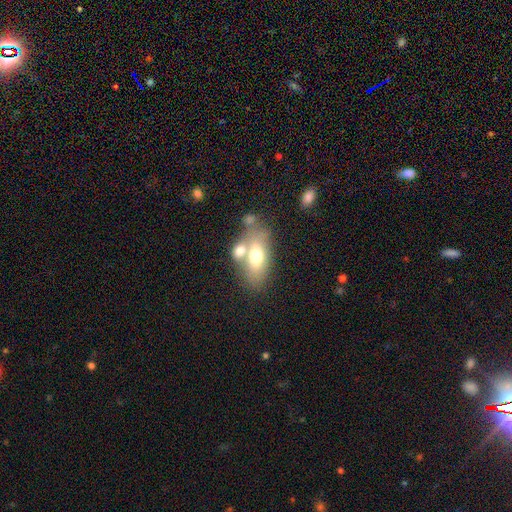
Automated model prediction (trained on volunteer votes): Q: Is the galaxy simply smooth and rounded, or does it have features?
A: smooth — 64%.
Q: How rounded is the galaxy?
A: in between — 85%.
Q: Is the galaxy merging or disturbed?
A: none — 42%.